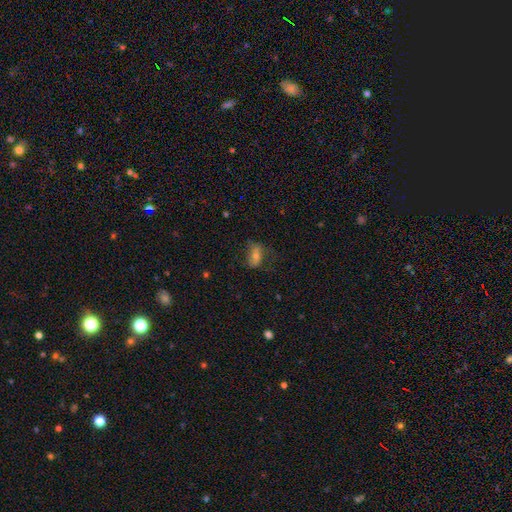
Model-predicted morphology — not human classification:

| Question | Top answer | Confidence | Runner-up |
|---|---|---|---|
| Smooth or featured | smooth | 60% | featured or disk (29%) |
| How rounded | in between | 82% | round (10%) |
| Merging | none | 52% | minor disturbance (25%) |